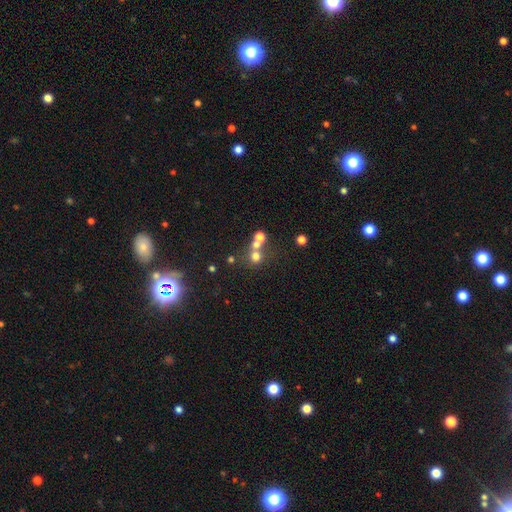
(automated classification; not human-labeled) Overall: smooth (50%; star or artifact 35%). How rounded: round (86%). Merging: none (48%; merger 42%).